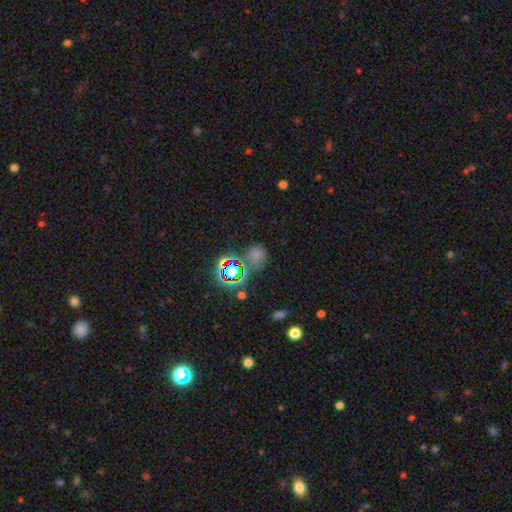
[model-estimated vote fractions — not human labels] Morphology: type=smooth (54%); roundness=round (76%); merging=none (63%).